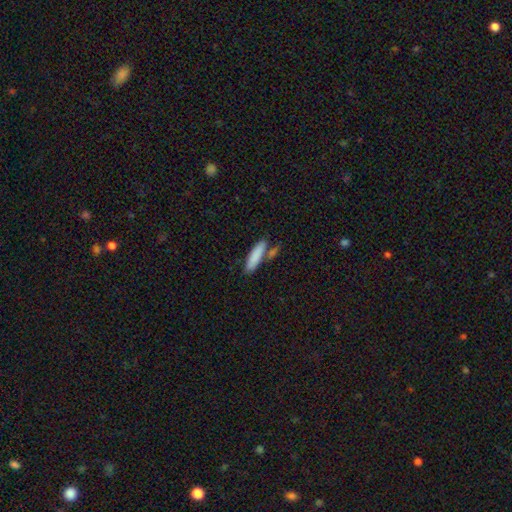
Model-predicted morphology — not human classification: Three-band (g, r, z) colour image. It shows a smooth galaxy with no disk features (84%) that is cigar-shaped (66%). Merging: none (65%).